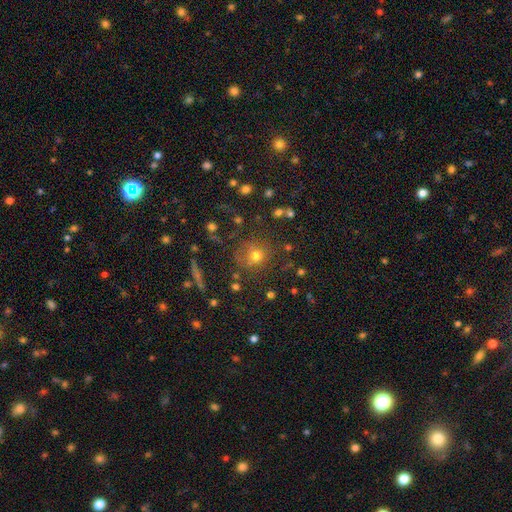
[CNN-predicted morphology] A smooth galaxy with no disk features (67%) that is round (84%). Merging: none (66%).